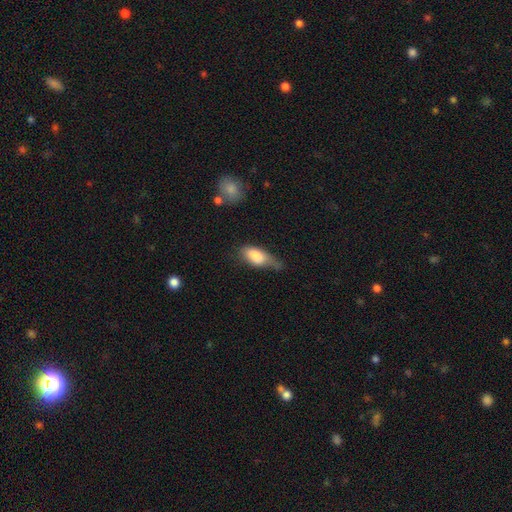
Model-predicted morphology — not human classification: type=smooth (79%); roundness=in between (85%); merging=minor disturbance (43%).